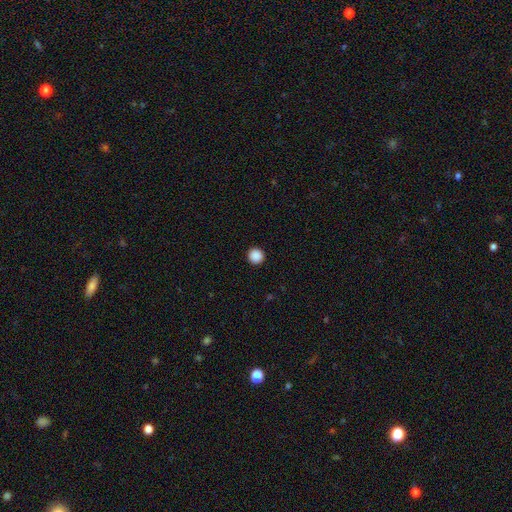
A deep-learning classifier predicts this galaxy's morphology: smooth 89%, star or artifact 9%, featured or disk 2%. Down the decision tree: how rounded — round (96%); merging — none (94%).